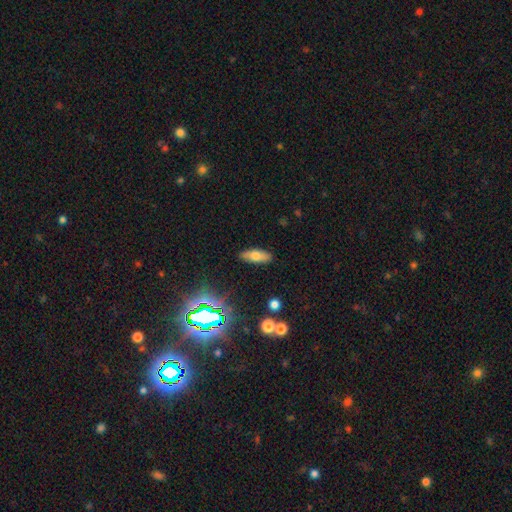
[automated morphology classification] type=smooth (68%); roundness=in between (71%); merging=none (87%).